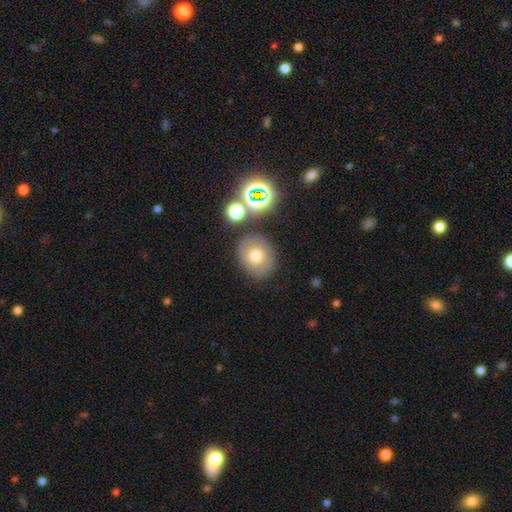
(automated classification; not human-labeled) Smooth or featured: smooth — 66% (featured or disk — 21%)
How rounded: round — 59% (in between — 40%)
Merging: none — 78% (minor disturbance — 12%)